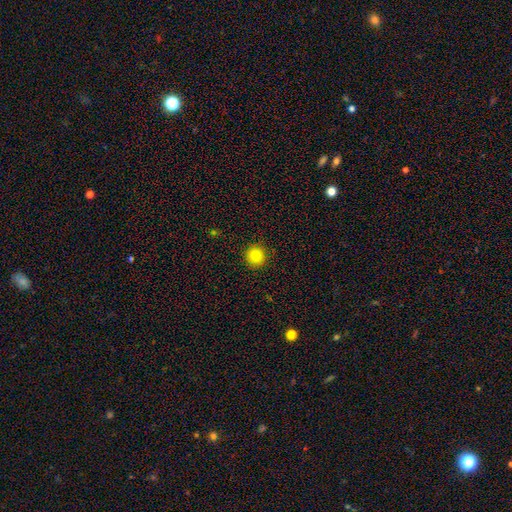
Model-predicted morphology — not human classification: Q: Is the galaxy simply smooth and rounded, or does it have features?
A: smooth — 82%.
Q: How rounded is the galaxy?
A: round — 93%.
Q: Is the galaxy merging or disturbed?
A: none — 92%.